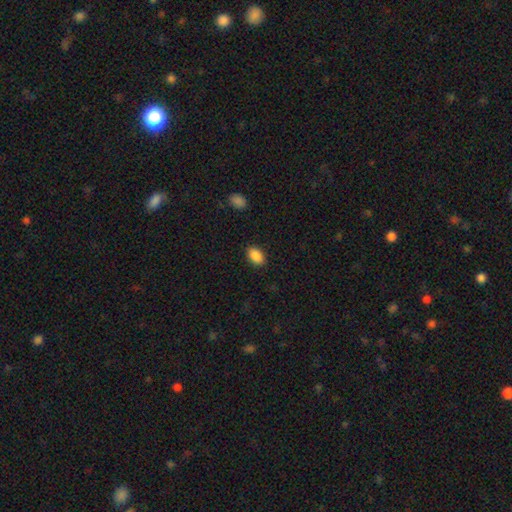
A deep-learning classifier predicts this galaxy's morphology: Smooth or featured?
  - smooth: 89% *
  - star or artifact: 8%
  - featured or disk: 3%
How rounded?
  - in between: 87% *
  - round: 12%
  - cigar-shaped: 1%
Merging?
  - none: 88% *
  - minor disturbance: 9%
  - major disturbance: 2%
  - merger: 1%